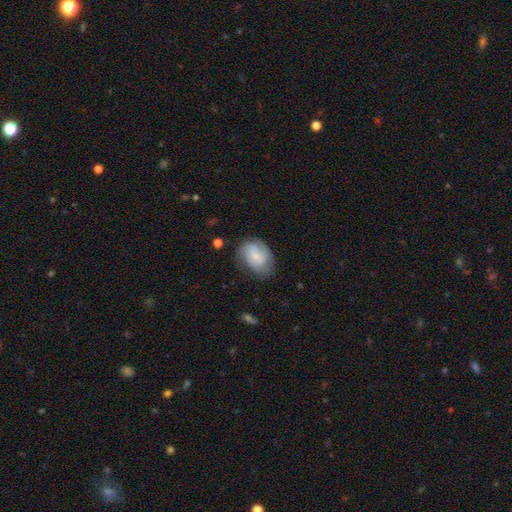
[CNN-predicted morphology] A smooth galaxy with no disk features (49%). Merging: none (60%).